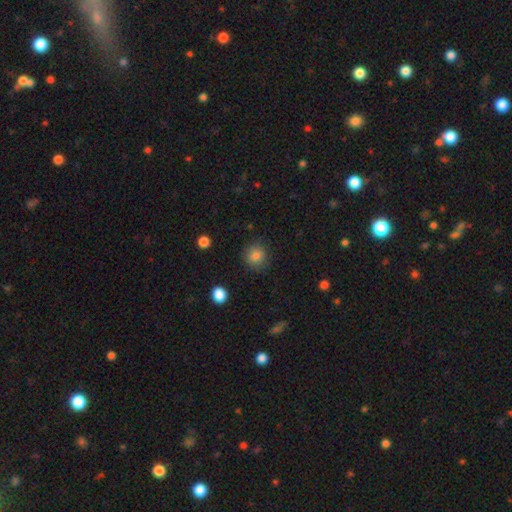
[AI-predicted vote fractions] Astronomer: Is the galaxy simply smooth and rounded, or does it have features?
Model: smooth — 82%.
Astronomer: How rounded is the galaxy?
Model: round — 88%.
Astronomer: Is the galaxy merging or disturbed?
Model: none — 85%.